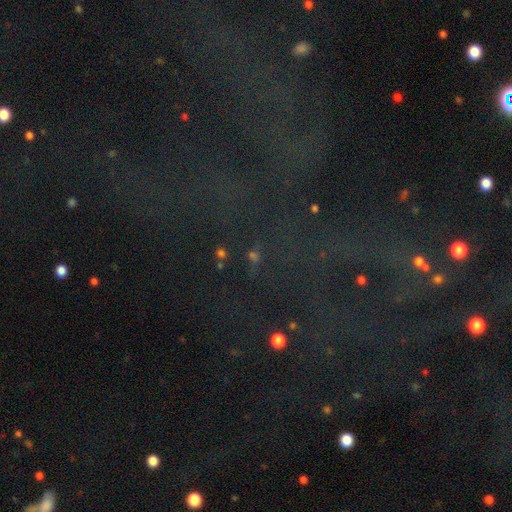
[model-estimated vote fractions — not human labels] Overall: star or artifact (62%; smooth 26%).